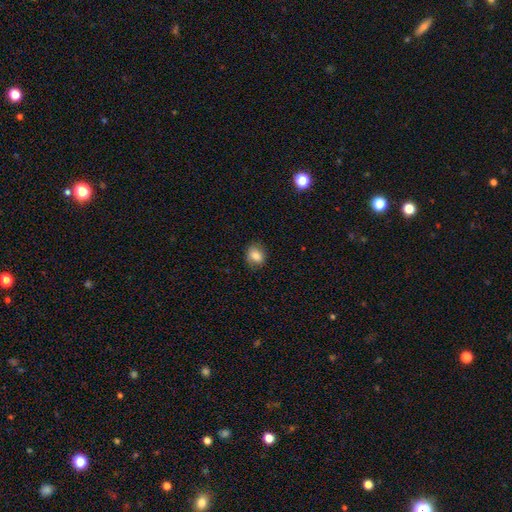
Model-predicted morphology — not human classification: A smooth galaxy with no disk features (81%) that is round (59%). Merging: none (84%).